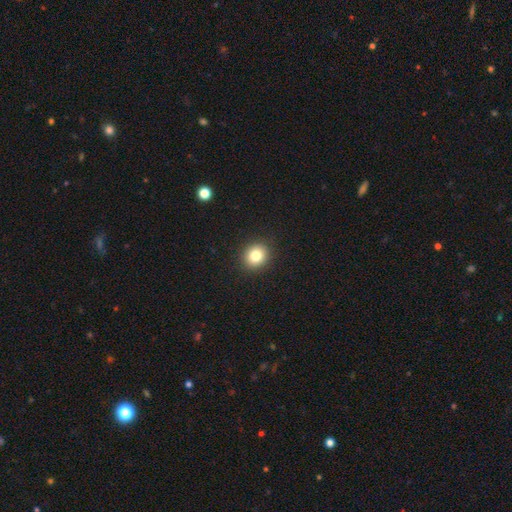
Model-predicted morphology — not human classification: Q: Smooth or featured?
A: smooth (82%); runner-up: star or artifact (11%)
Q: How rounded?
A: round (76%); runner-up: in between (23%)
Q: Merging?
A: none (91%); runner-up: minor disturbance (6%)